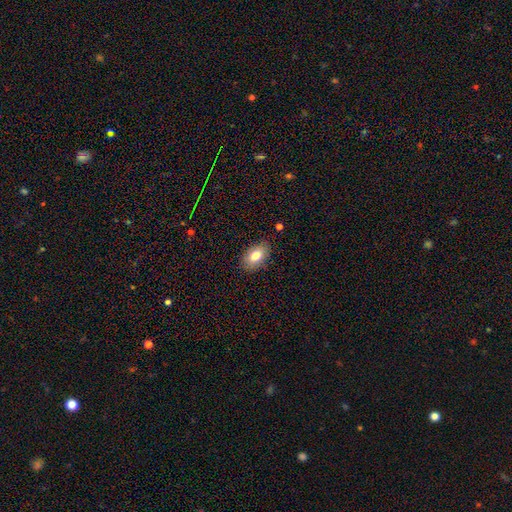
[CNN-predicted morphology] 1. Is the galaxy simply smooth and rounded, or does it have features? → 79% smooth, 13% featured or disk, 8% star or artifact.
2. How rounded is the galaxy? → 90% in between, 9% round, 2% cigar-shaped.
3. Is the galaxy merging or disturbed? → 85% none, 11% minor disturbance, 2% major disturbance, 1% merger.